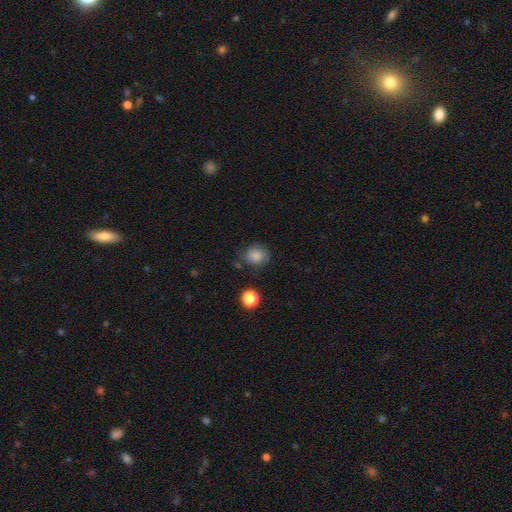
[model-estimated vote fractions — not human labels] Smooth or featured? smooth (84%)
How rounded? round (69%)
Merging? none (73%)